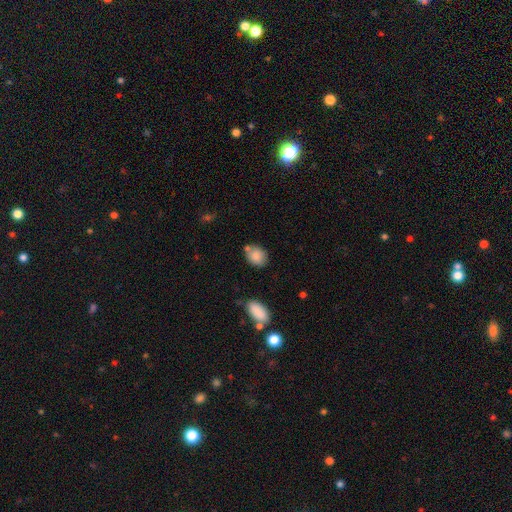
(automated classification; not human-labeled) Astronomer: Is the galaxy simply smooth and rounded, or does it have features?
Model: smooth — 85%.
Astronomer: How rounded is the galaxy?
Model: in between — 60% (runner-up: round, 39%).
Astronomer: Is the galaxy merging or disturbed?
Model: none — 65%.